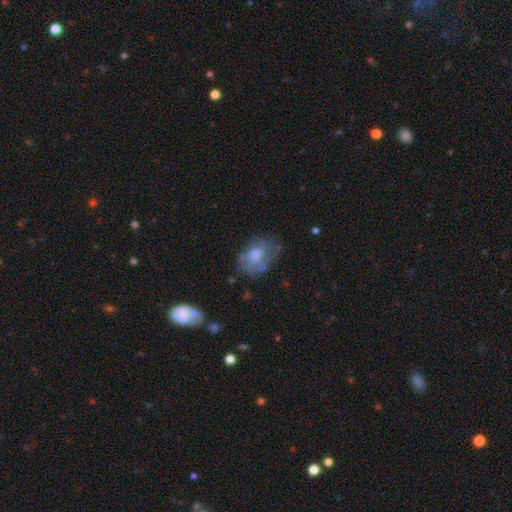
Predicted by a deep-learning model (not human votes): Smooth or featured? smooth (48%)
Merging? none (48%)